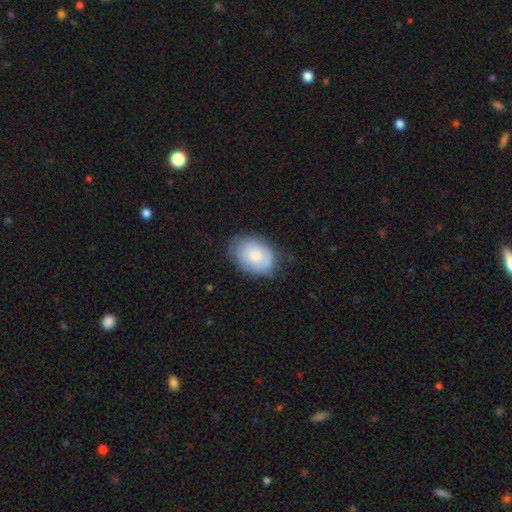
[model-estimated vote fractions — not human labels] Overall: smooth (75%). How rounded: in between (79%). Merging: none (66%).